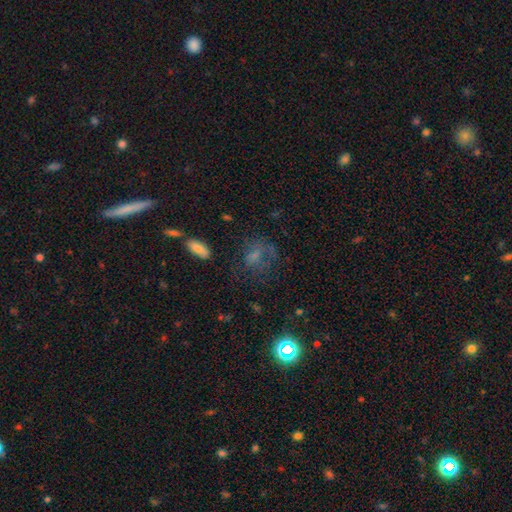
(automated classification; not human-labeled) Smooth or featured?
  - smooth: 52% *
  - featured or disk: 26%
  - star or artifact: 22%
How rounded?
  - round: 51% *
  - in between: 47%
  - cigar-shaped: 2%
Merging?
  - none: 49% *
  - major disturbance: 25%
  - minor disturbance: 21%
  - merger: 5%